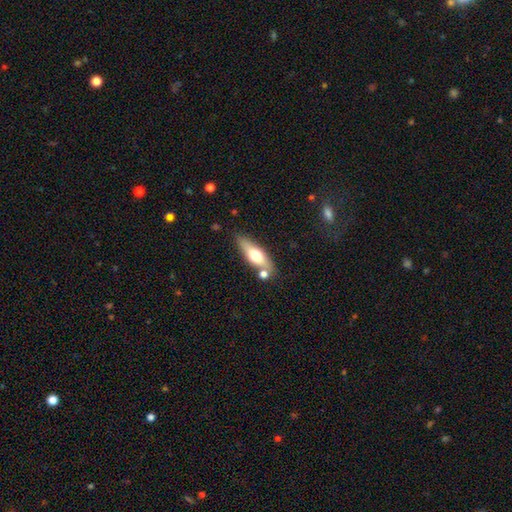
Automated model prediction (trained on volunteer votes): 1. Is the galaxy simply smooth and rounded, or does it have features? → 56% smooth, 38% featured or disk, 6% star or artifact.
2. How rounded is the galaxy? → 51% in between, 46% cigar-shaped, 3% round.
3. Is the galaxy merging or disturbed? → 72% none, 14% minor disturbance, 11% merger, 3% major disturbance.